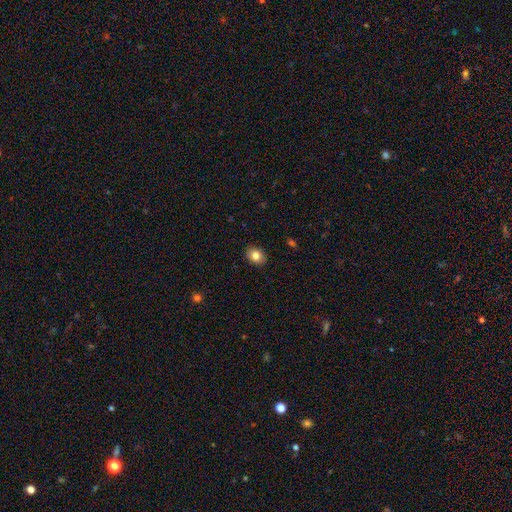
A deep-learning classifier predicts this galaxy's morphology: Q: Smooth or featured?
A: smooth (83%); runner-up: star or artifact (9%)
Q: How rounded?
A: in between (62%); runner-up: round (37%)
Q: Merging?
A: none (90%); runner-up: minor disturbance (8%)